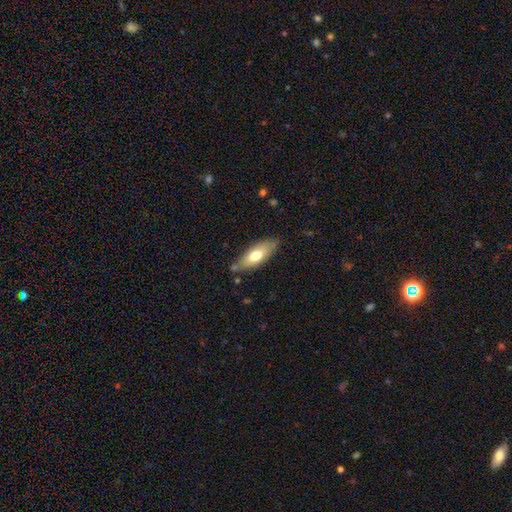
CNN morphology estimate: Smooth or featured: smooth — 68% (featured or disk — 26%)
How rounded: in between — 72% (cigar-shaped — 26%)
Merging: none — 75% (minor disturbance — 18%)